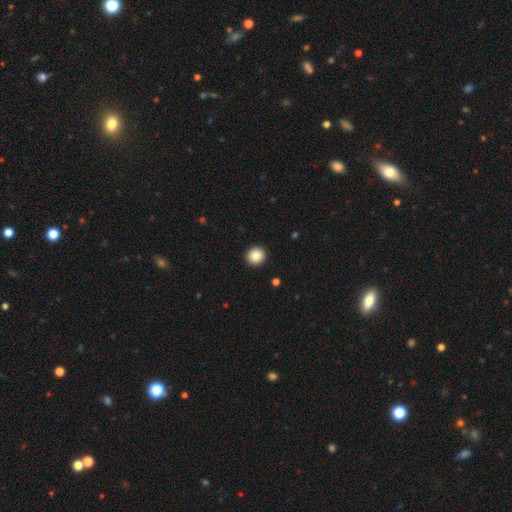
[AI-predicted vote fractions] Smooth or featured? Predicted: smooth (p=0.87). How rounded? Predicted: round (p=0.93). Merging? Predicted: none (p=0.93).